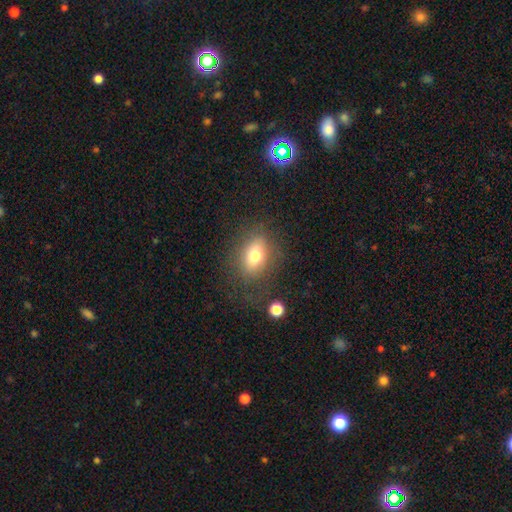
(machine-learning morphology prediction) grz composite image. It shows a smooth galaxy with no disk features (73%) that is in between round and cigar-shaped (73%). Merging: none (75%).